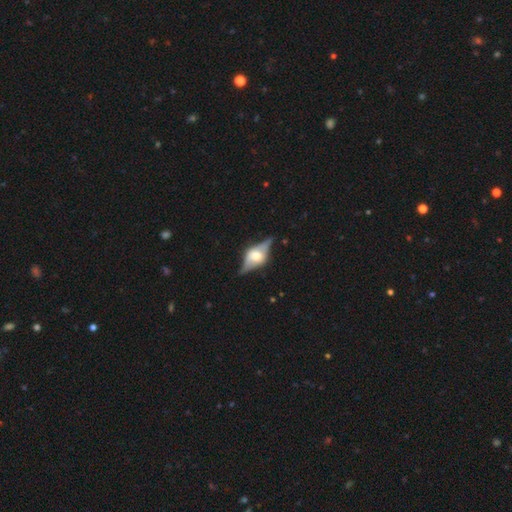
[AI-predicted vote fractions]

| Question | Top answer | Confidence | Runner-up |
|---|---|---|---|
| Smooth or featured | featured or disk | 76% | smooth (17%) |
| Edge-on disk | yes | 91% | no (9%) |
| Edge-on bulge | rounded | 89% | boxy (10%) |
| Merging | none | 75% | minor disturbance (16%) |